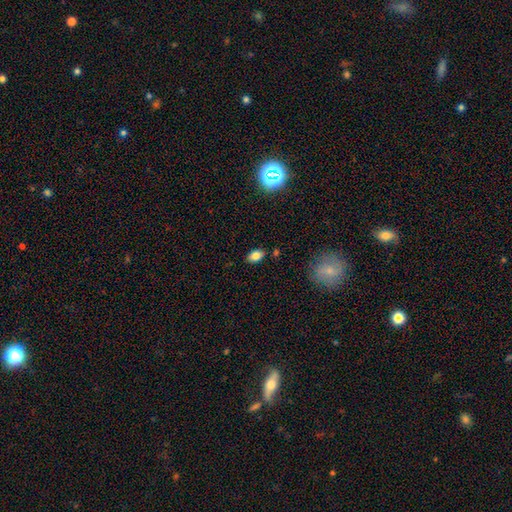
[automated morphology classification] A smooth galaxy with no disk features (81%) that is in between round and cigar-shaped (86%).

Vote fractions:
- Smooth or featured? smooth: 81% / star or artifact: 11% / featured or disk: 8%
- How rounded? in between: 86% / round: 12% / cigar-shaped: 2%
- Merging? none: 84% / minor disturbance: 11% / merger: 3% / major disturbance: 3%